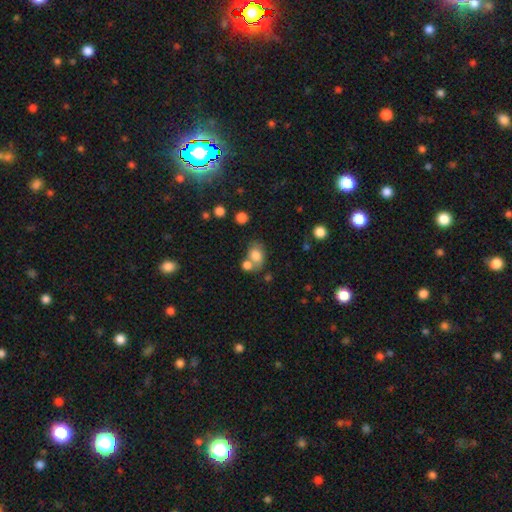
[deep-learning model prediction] Morphology: type=smooth (77%); roundness=in between (66%); merging=none (45%).